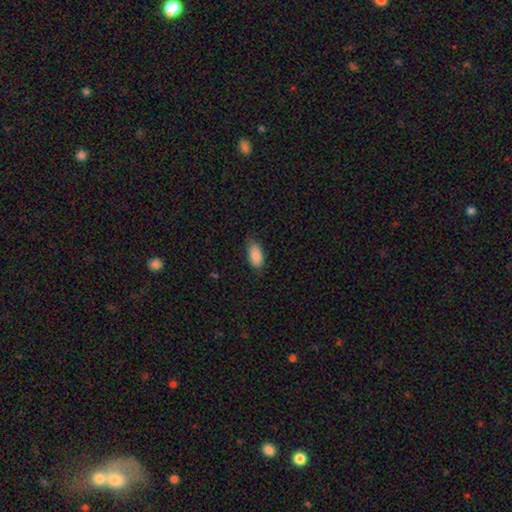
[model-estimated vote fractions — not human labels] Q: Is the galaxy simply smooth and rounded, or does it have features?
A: smooth — 87%.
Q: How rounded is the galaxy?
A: in between — 92%.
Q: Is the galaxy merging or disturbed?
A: none — 72%.